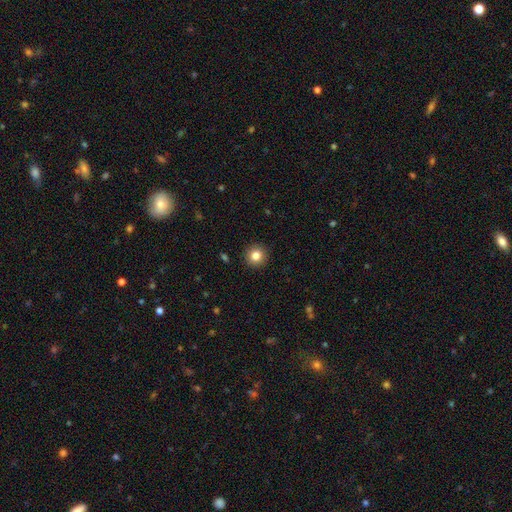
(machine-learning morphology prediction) The model was most divided on "smooth or featured": smooth: 83%, star or artifact: 11%, featured or disk: 6%. More confident: how rounded — round (94%); merging — none (92%).